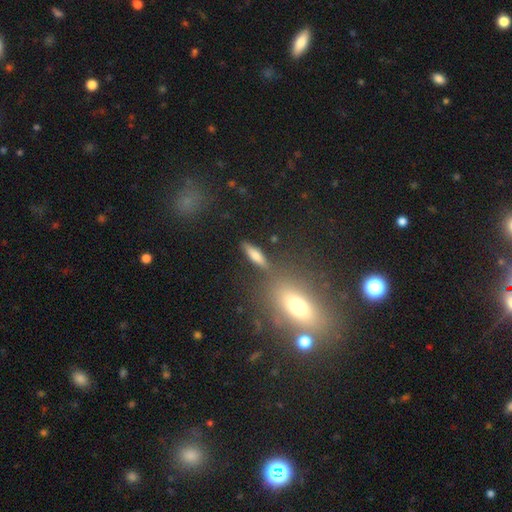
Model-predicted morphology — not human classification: smooth_or_featured: smooth (p=0.61) [alt: featured or disk p=0.28]
how_rounded: cigar-shaped (p=0.67) [alt: in between p=0.28]
merging: none (p=0.76) [alt: minor disturbance p=0.12]